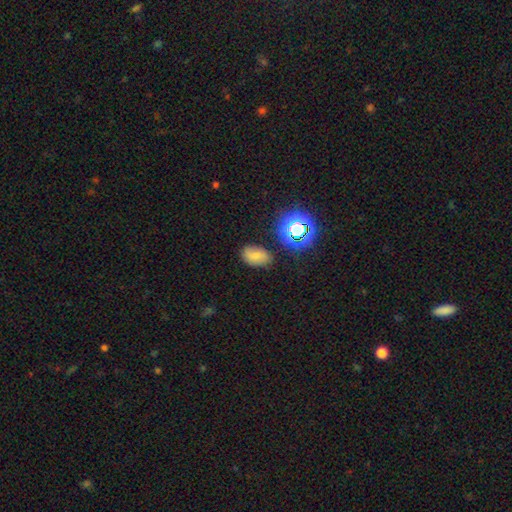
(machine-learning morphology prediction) The model was most divided on "smooth or featured": smooth: 69%, star or artifact: 18%, featured or disk: 13%. More confident: how rounded — in between (87%); merging — none (78%).